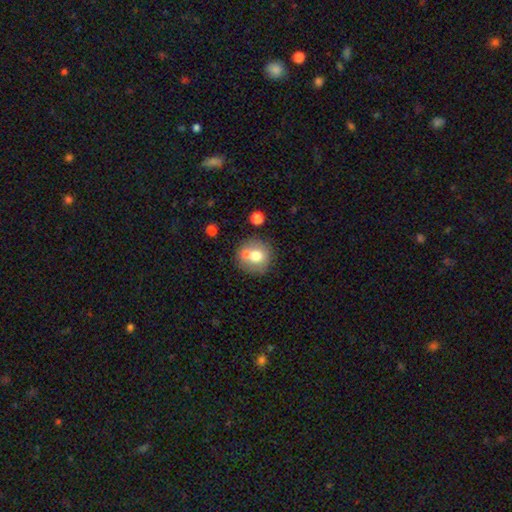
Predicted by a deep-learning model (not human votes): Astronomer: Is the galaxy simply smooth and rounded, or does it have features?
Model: smooth — 70%.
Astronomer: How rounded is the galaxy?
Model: round — 88%.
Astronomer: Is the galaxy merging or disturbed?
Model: none — 60%.